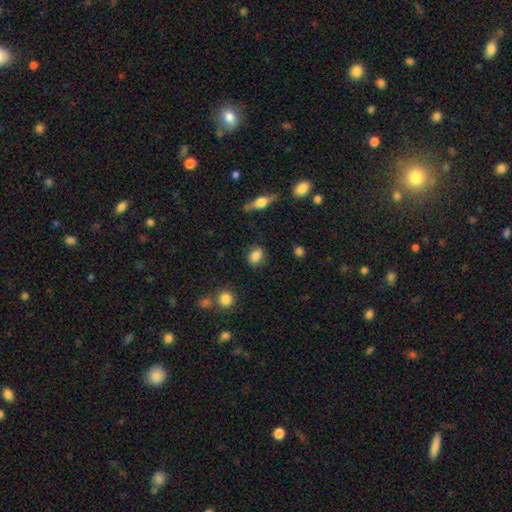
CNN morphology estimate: smooth_or_featured: smooth (p=0.84) [alt: star or artifact p=0.09]
how_rounded: in between (p=0.60) [alt: round p=0.38]
merging: none (p=0.82) [alt: minor disturbance p=0.13]